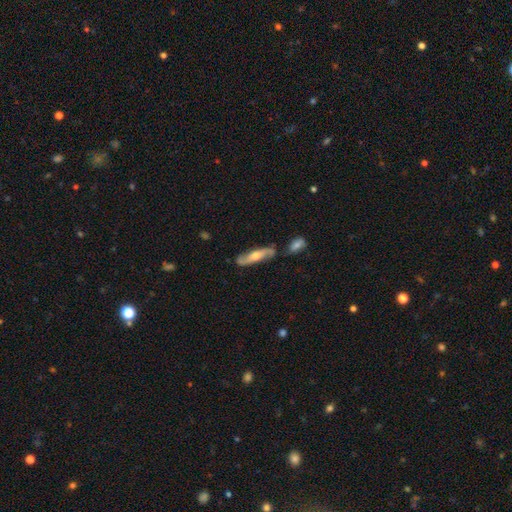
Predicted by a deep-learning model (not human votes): smooth-or-featured: featured or disk: 58% | smooth: 37% | star or artifact: 5%
  disk-edge-on: no: 61% | yes: 39%
  merging: none: 71% | minor disturbance: 16% | merger: 9% | major disturbance: 4%